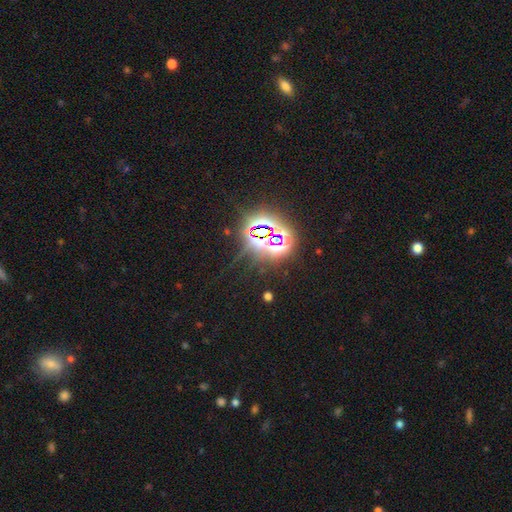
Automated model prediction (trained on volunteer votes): Smooth or featured: star or artifact — 82% (smooth — 11%)